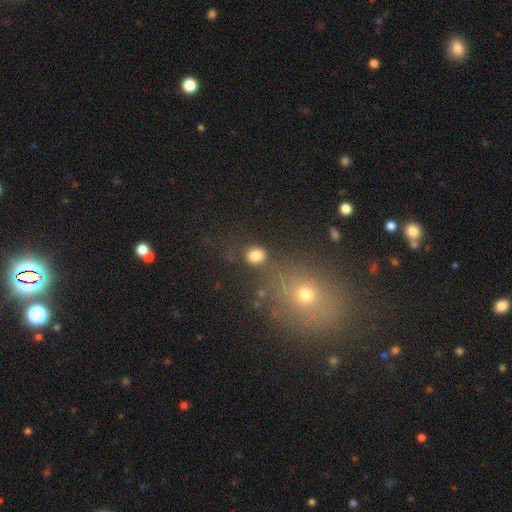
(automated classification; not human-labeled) A smooth galaxy with no disk features (82%) that is round (67%).

Vote fractions:
- Smooth or featured? smooth: 82% / star or artifact: 12% / featured or disk: 6%
- How rounded? round: 67% / in between: 31% / cigar-shaped: 1%
- Merging? none: 73% / minor disturbance: 12% / merger: 8% / major disturbance: 6%